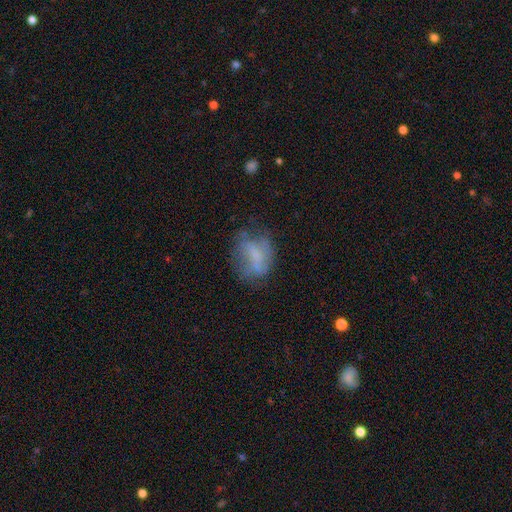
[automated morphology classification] A smooth galaxy with no disk features (48%).

Vote fractions:
- Smooth or featured? smooth: 48% / featured or disk: 40% / star or artifact: 12%
- Merging? none: 46% / minor disturbance: 26% / major disturbance: 23% / merger: 5%